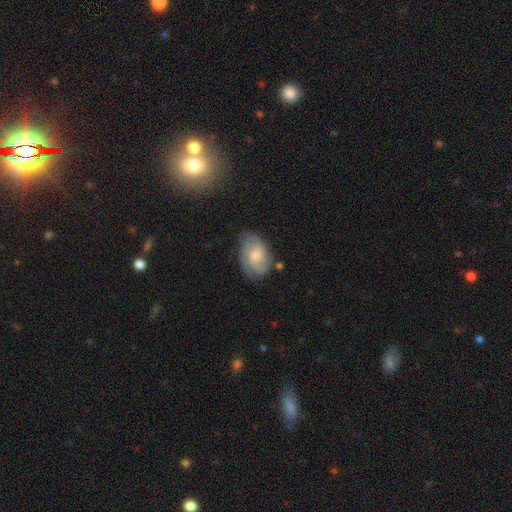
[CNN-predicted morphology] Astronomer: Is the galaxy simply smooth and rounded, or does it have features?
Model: featured or disk — 55% (runner-up: smooth, 39%).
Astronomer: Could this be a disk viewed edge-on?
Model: no — 96%.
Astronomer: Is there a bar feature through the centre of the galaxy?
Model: no — 71%.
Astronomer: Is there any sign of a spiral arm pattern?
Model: yes — 84%.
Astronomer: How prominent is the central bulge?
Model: moderate — 51% (runner-up: small, 36%).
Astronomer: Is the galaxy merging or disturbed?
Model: none — 62%.